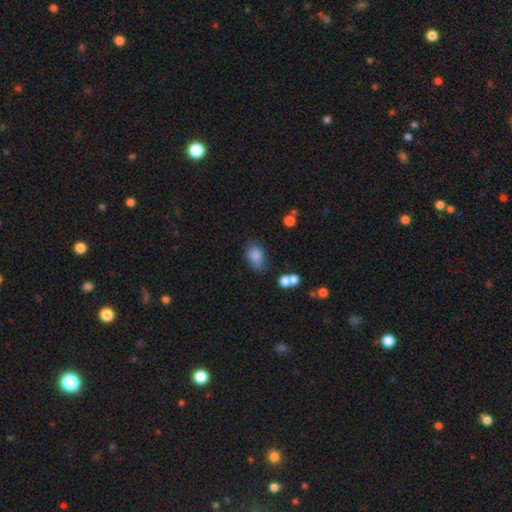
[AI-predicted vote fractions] smooth 83%, star or artifact 9%, featured or disk 8%. Down the decision tree: how rounded — in between (80%); merging — none (60%).